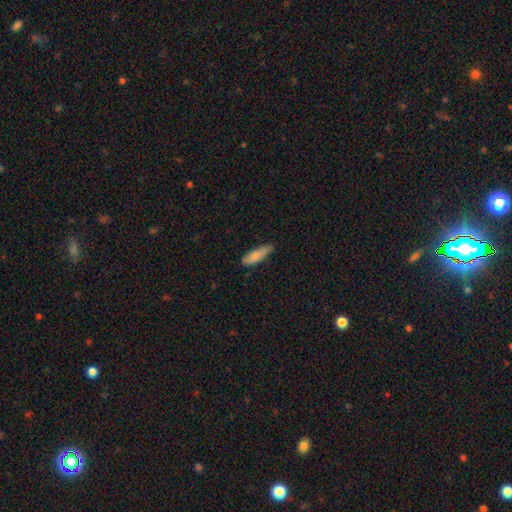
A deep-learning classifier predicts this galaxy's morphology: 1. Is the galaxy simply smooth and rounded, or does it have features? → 83% smooth, 11% featured or disk, 6% star or artifact.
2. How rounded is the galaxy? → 52% cigar-shaped, 46% in between, 2% round.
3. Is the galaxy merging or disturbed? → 70% none, 25% minor disturbance, 3% major disturbance, 1% merger.